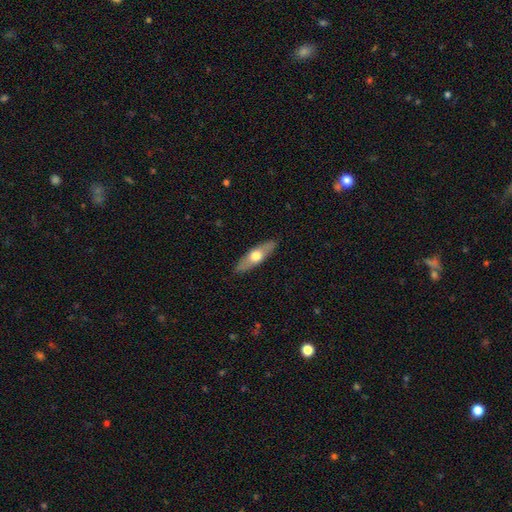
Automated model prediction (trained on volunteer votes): Overall: smooth (52%; featured or disk 43%). How rounded: cigar-shaped (52%; in between 45%). Merging: none (88%).